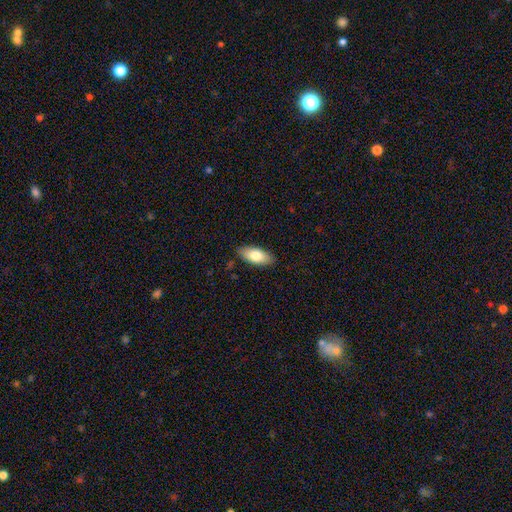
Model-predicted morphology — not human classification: Q: Smooth or featured?
A: smooth (79%); runner-up: featured or disk (15%)
Q: How rounded?
A: in between (88%); runner-up: cigar-shaped (10%)
Q: Merging?
A: none (87%); runner-up: minor disturbance (10%)